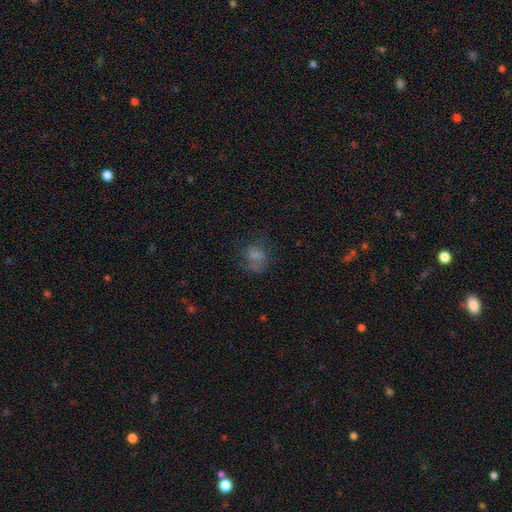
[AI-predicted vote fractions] smooth-or-featured: smooth: 61% | featured or disk: 24% | star or artifact: 15%
  how-rounded: round: 56% | in between: 43% | cigar-shaped: 1%
  merging: none: 47% | major disturbance: 26% | minor disturbance: 24% | merger: 3%